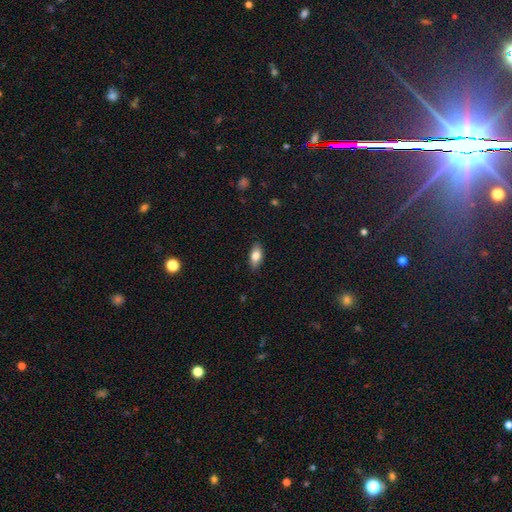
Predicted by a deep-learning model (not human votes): Smooth or featured? smooth (79%)
How rounded? in between (86%)
Merging? none (85%)